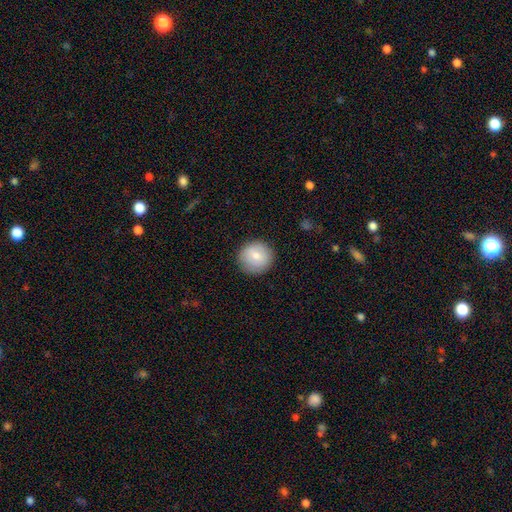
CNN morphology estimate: Smooth or featured? smooth (79%)
How rounded? round (93%)
Merging? none (88%)